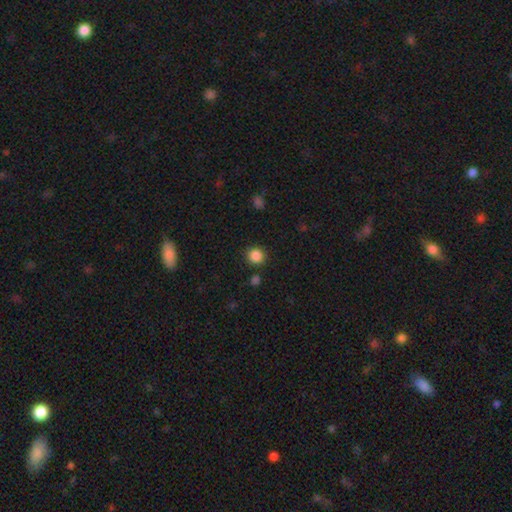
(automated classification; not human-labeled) Q: Smooth or featured?
A: smooth (87%); runner-up: star or artifact (10%)
Q: How rounded?
A: round (88%); runner-up: in between (11%)
Q: Merging?
A: none (87%); runner-up: minor disturbance (7%)